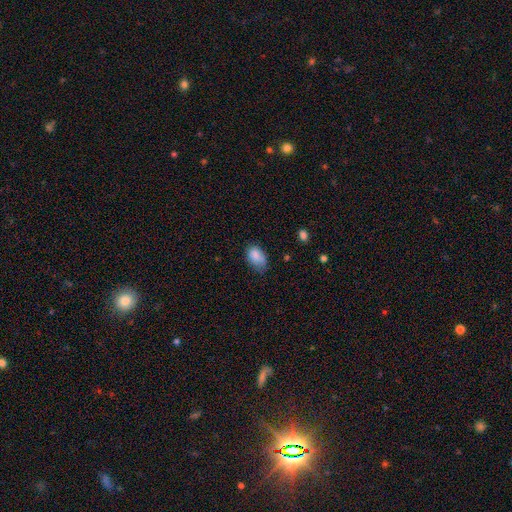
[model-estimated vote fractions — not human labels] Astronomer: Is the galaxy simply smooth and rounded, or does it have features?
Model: smooth — 84%.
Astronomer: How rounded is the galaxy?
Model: in between — 86%.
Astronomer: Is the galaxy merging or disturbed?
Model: none — 53% (runner-up: minor disturbance, 36%).